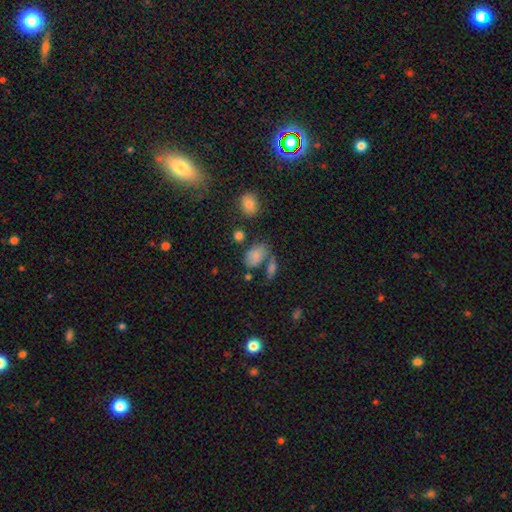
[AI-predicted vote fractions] Smooth or featured?
  - smooth: 74% *
  - featured or disk: 14%
  - star or artifact: 12%
How rounded?
  - in between: 79% *
  - round: 19%
  - cigar-shaped: 2%
Merging?
  - none: 42% *
  - merger: 26%
  - minor disturbance: 20%
  - major disturbance: 12%